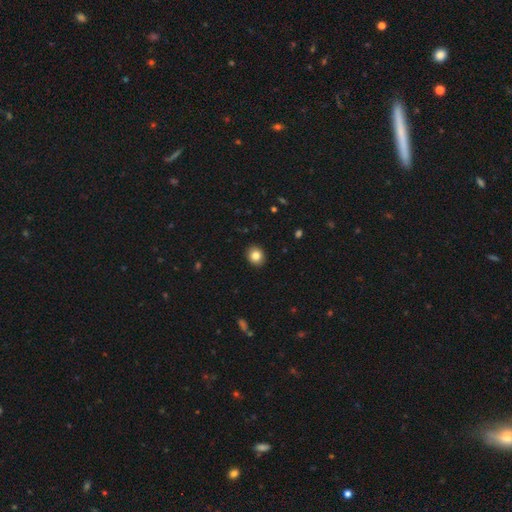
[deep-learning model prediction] smooth_or_featured: smooth (p=0.84) [alt: star or artifact p=0.09]
how_rounded: round (p=0.69) [alt: in between p=0.30]
merging: none (p=0.91) [alt: minor disturbance p=0.06]